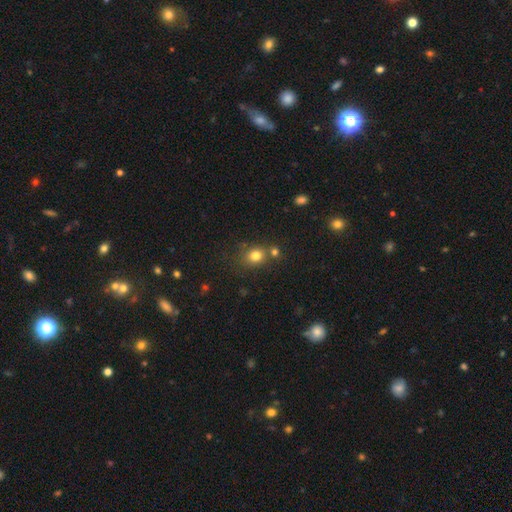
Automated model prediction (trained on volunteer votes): A smooth galaxy with no disk features (78%) that is round (68%).

Vote fractions:
- Smooth or featured? smooth: 78% / star or artifact: 14% / featured or disk: 8%
- How rounded? round: 68% / in between: 31% / cigar-shaped: 1%
- Merging? none: 63% / merger: 20% / minor disturbance: 12% / major disturbance: 4%